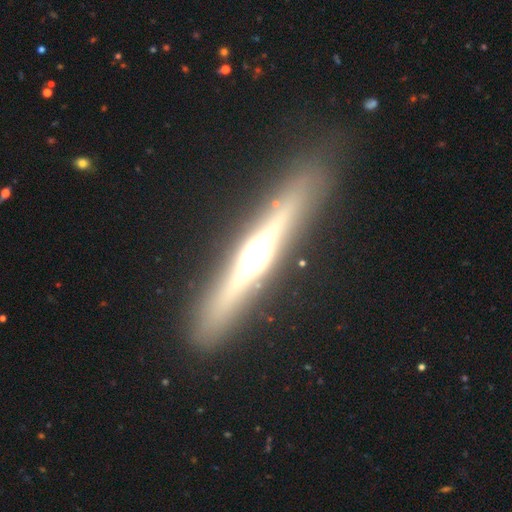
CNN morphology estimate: Q: Smooth or featured?
A: featured or disk (76%); runner-up: smooth (17%)
Q: Edge-on disk?
A: yes (96%); runner-up: no (4%)
Q: Edge-on bulge?
A: rounded (83%); runner-up: boxy (11%)
Q: Merging?
A: none (88%); runner-up: minor disturbance (8%)